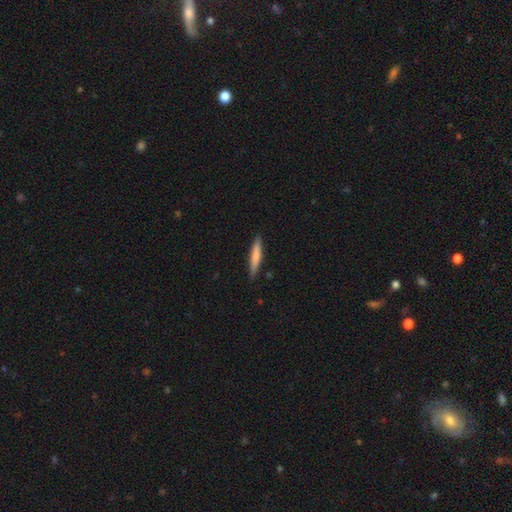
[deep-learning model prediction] Smooth or featured?
  - smooth: 72% *
  - featured or disk: 23%
  - star or artifact: 5%
How rounded?
  - cigar-shaped: 93% *
  - in between: 6%
  - round: 1%
Merging?
  - none: 88% *
  - minor disturbance: 9%
  - major disturbance: 2%
  - merger: 1%